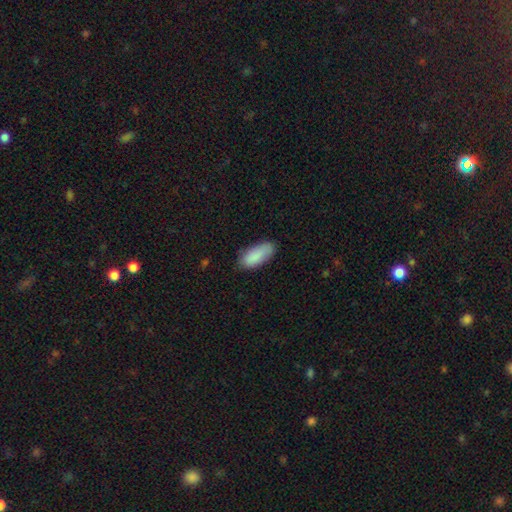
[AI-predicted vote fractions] Overall: smooth (88%). How rounded: in between (85%). Merging: none (77%).